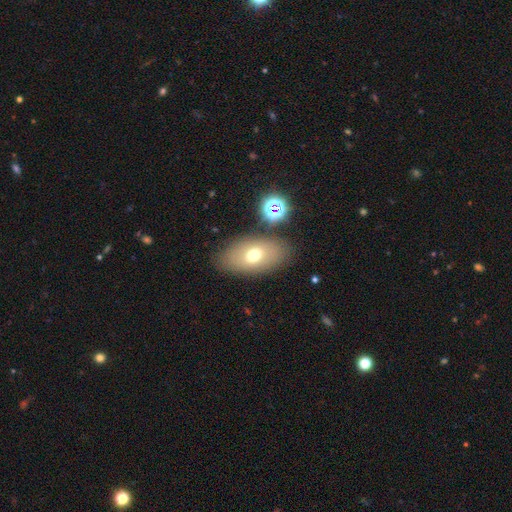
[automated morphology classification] Smooth or featured? smooth (64%)
How rounded? in between (89%)
Merging? none (82%)